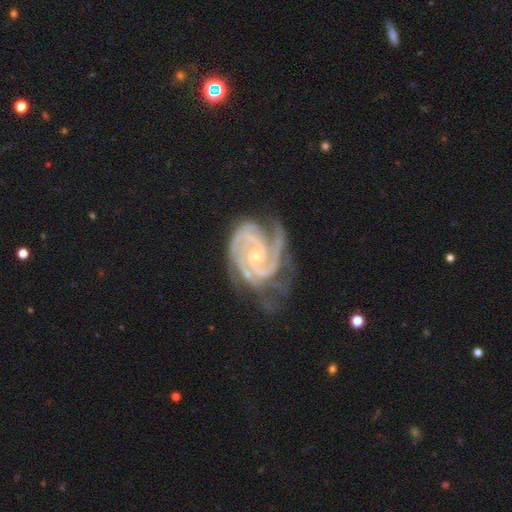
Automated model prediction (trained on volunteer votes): A featured or disk galaxy (93%) with no bar (66%), 2 (38%) tight (65%) spiral arms (99%) and a small central bulge (76%). Merging: none (56%).